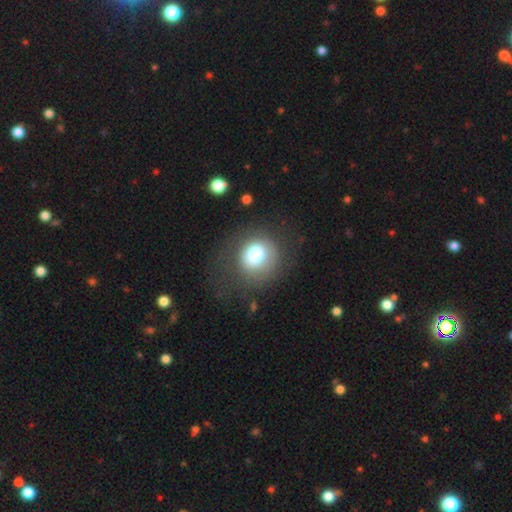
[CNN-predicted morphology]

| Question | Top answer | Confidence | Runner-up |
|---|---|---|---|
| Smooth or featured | smooth | 73% | featured or disk (16%) |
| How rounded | round | 78% | in between (21%) |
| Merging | none | 52% | major disturbance (23%) |